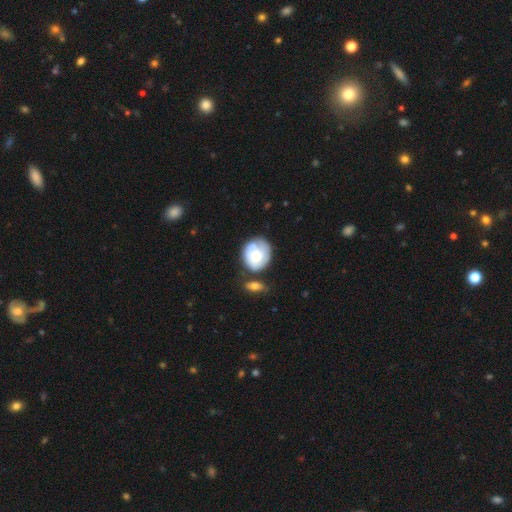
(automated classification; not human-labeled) Q: Smooth or featured?
A: smooth (52%); runner-up: featured or disk (41%)
Q: How rounded?
A: round (68%); runner-up: in between (31%)
Q: Merging?
A: none (48%); runner-up: minor disturbance (24%)